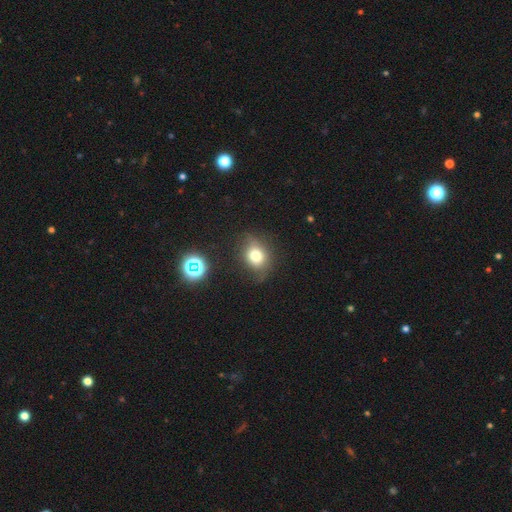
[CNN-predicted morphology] A smooth galaxy with no disk features (69%) that is round (56%).

Vote fractions:
- Smooth or featured? smooth: 69% / featured or disk: 15% / star or artifact: 15%
- How rounded? round: 56% / in between: 42% / cigar-shaped: 1%
- Merging? none: 65% / minor disturbance: 24% / major disturbance: 8% / merger: 3%